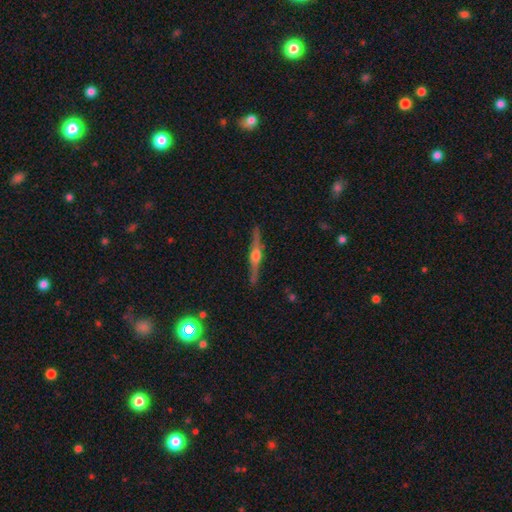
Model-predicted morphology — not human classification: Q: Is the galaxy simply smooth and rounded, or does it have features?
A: featured or disk — 82%.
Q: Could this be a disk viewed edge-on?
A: yes — 98%.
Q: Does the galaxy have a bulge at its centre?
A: rounded — 92%.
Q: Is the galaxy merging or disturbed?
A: none — 90%.